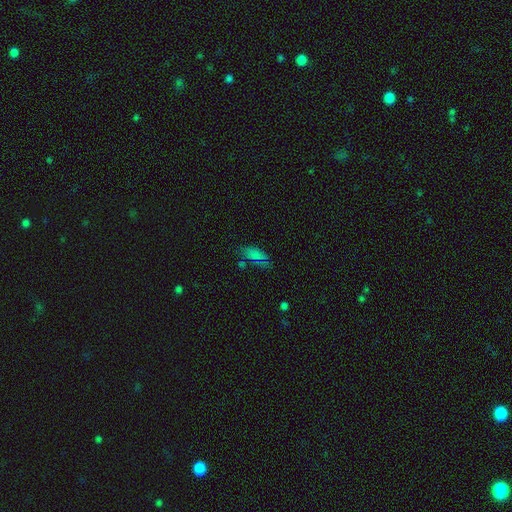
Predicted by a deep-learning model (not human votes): A smooth galaxy with no disk features (68%) that is in between round and cigar-shaped (80%). Merging: none (66%).